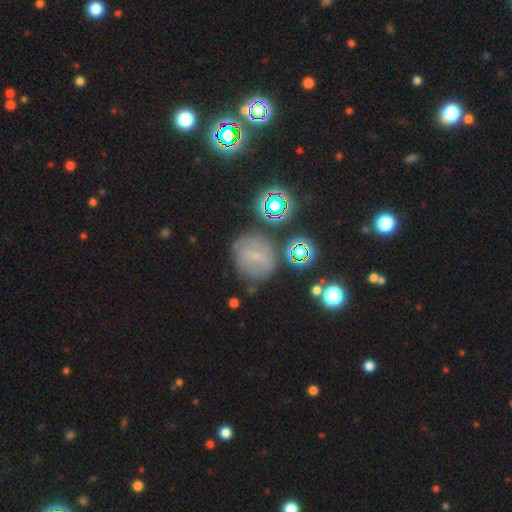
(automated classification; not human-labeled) smooth_or_featured: featured or disk (p=0.38) [alt: smooth p=0.37]
merging: none (p=0.67) [alt: minor disturbance p=0.18]